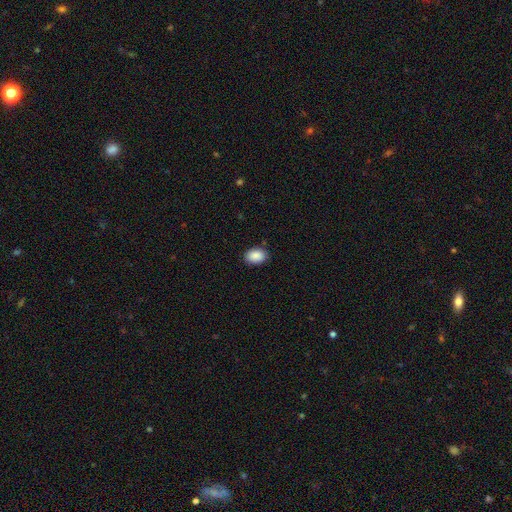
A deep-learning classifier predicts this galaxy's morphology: This appears to be a smooth galaxy with no disk features (89%) that is in between round and cigar-shaped (80%). Merging: none (87%).